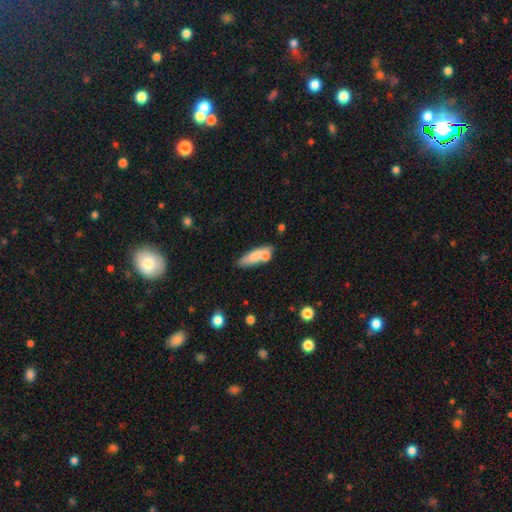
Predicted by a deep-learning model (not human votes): This appears to be a smooth galaxy with no disk features (72%) that is cigar-shaped (53%). Merging: none (52%).